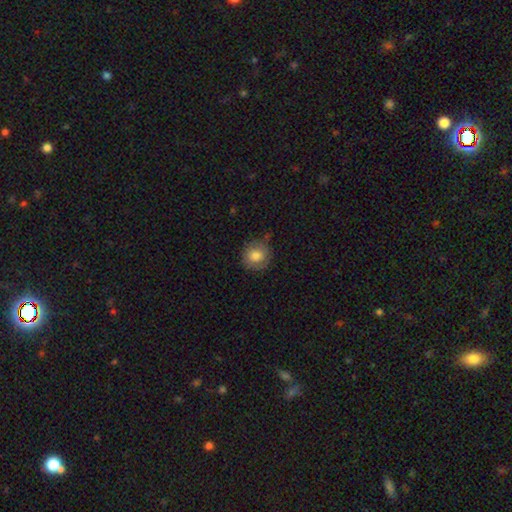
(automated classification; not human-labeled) A smooth galaxy with no disk features (79%) that is round (89%). Merging: none (77%).